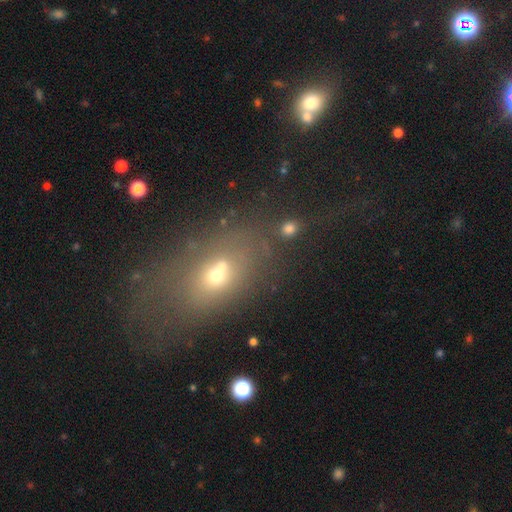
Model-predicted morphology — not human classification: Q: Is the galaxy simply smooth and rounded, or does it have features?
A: smooth — 54%.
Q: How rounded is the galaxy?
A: in between — 72%.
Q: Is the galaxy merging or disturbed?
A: none — 55%.